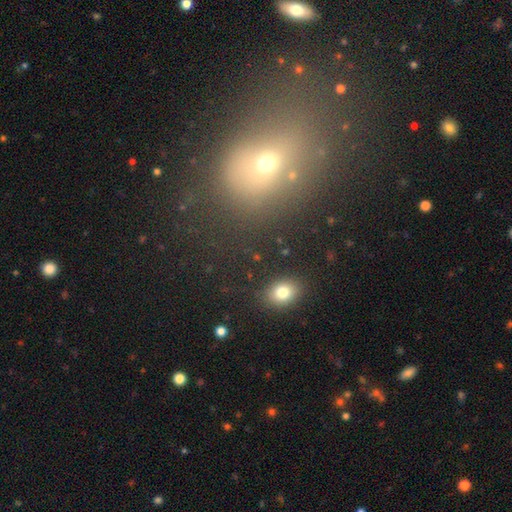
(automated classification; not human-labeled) Morphology: type=smooth (50%); roundness=in between (54%); merging=none (57%).